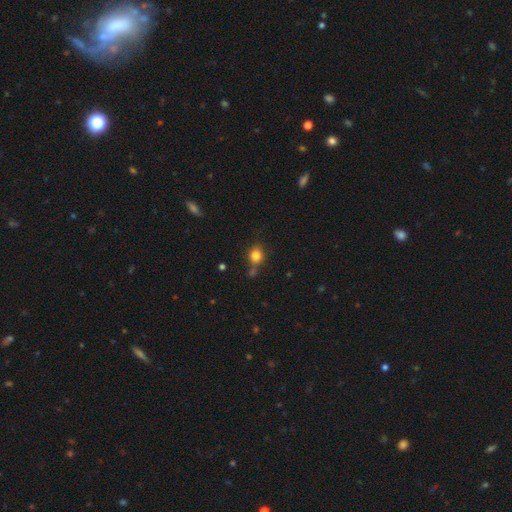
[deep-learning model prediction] This is clearly a smooth galaxy (81%). How rounded: likely round (72%). Merging: likely none (67%).